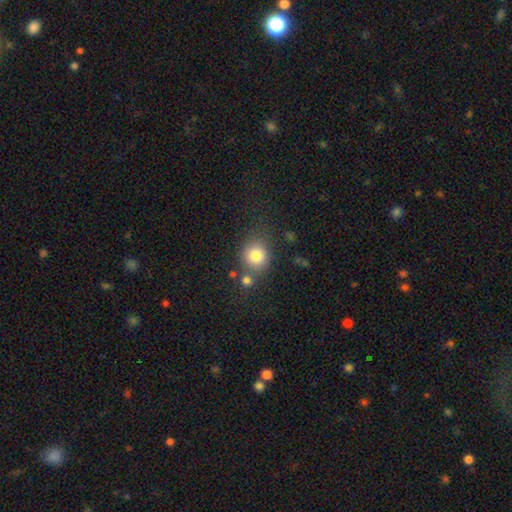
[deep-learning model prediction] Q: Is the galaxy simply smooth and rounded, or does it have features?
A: smooth — 81%.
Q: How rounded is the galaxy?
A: round — 85%.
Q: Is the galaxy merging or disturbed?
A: none — 67%.